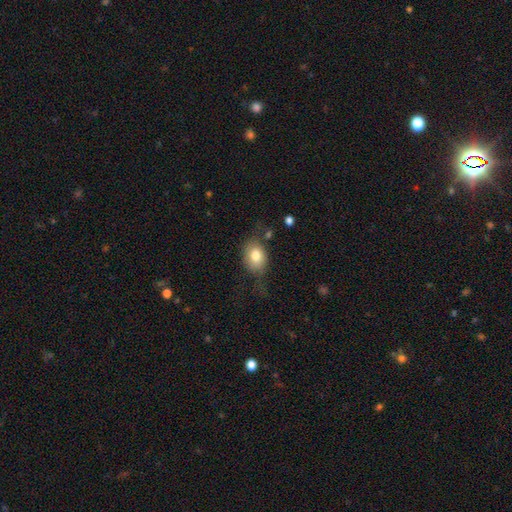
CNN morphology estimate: smooth-or-featured: smooth: 78% | featured or disk: 14% | star or artifact: 8%
  how-rounded: in between: 62% | round: 36% | cigar-shaped: 1%
  merging: none: 55% | minor disturbance: 26% | major disturbance: 16% | merger: 4%